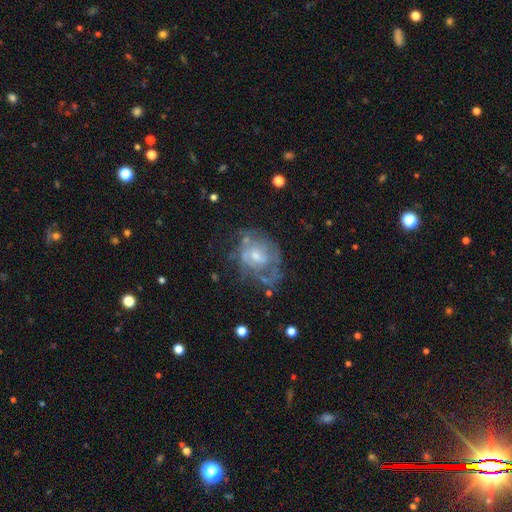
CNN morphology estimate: This is likely a featured or disk galaxy (70%). It is clearly not viewed edge-on (97%). Bar: likely no (65%). Spiral arm pattern: likely yes (62%). Central bulge: possibly moderate (46%). Merging: possibly none (48%).